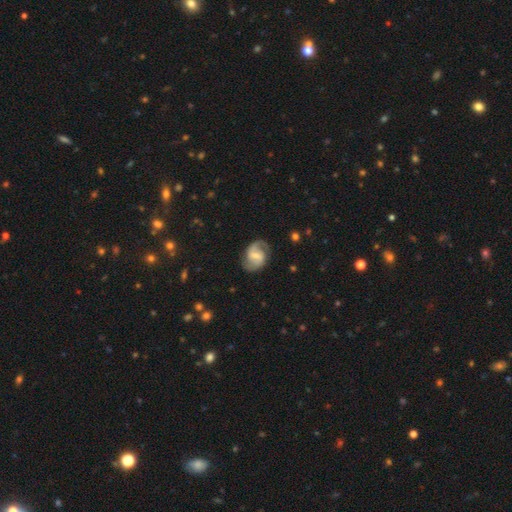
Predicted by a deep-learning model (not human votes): This is clearly a featured or disk galaxy (82%). It is clearly not viewed edge-on (98%). Bar: possibly weak (53%). Spiral arm pattern: clearly yes (95%). Spiral arm count: clearly 2 (89%). Spiral winding: possibly medium (52%). Central bulge: possibly small (46%). Merging: likely none (78%).